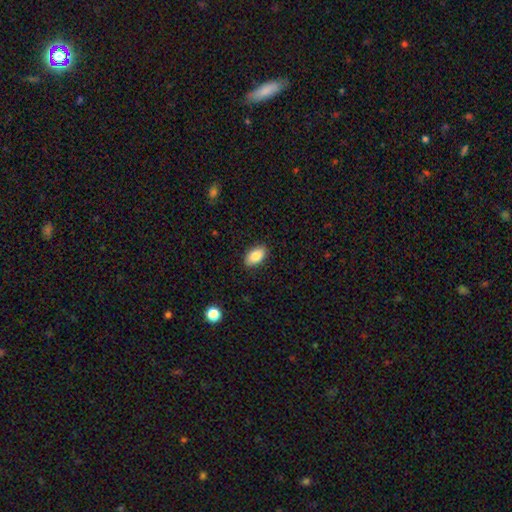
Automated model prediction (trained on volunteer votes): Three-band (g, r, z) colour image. It shows a smooth galaxy with no disk features (85%) that is in between round and cigar-shaped (92%). Merging: none (89%).